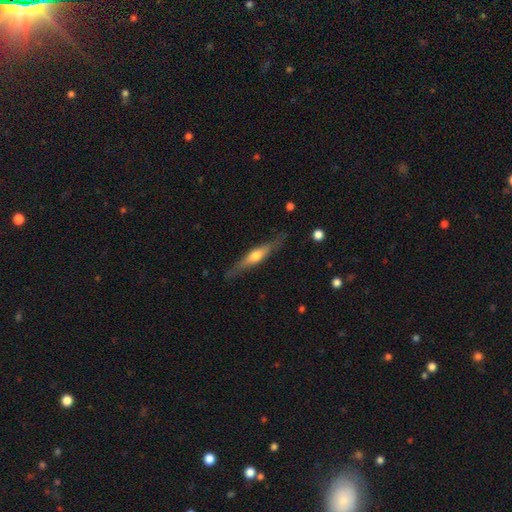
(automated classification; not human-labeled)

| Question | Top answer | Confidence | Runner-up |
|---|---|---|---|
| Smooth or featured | featured or disk | 56% | smooth (39%) |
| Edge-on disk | yes | 90% | no (10%) |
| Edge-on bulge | rounded | 86% | none (7%) |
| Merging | none | 80% | minor disturbance (15%) |